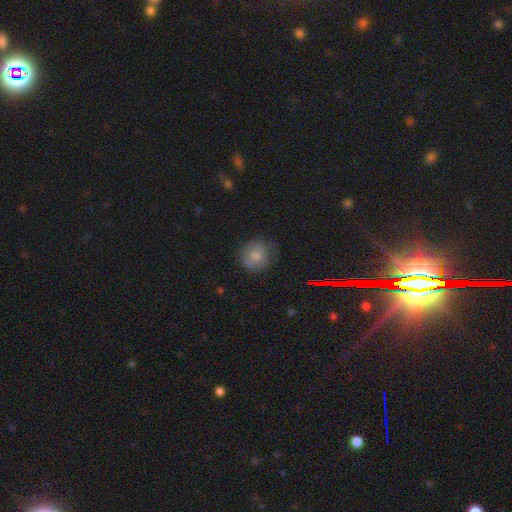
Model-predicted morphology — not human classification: The model was most divided on "merging": none: 68%, minor disturbance: 23%, major disturbance: 8%, merger: 1%. More confident: how rounded — round (79%); smooth or featured — smooth (76%).